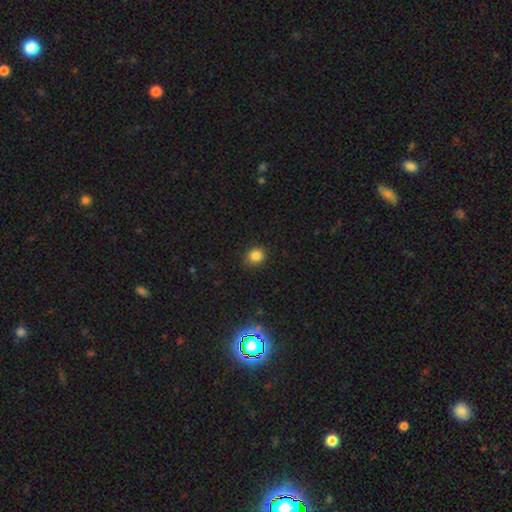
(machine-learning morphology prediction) smooth 84%, star or artifact 12%, featured or disk 4%. Down the decision tree: how rounded — round (80%); merging — none (87%).